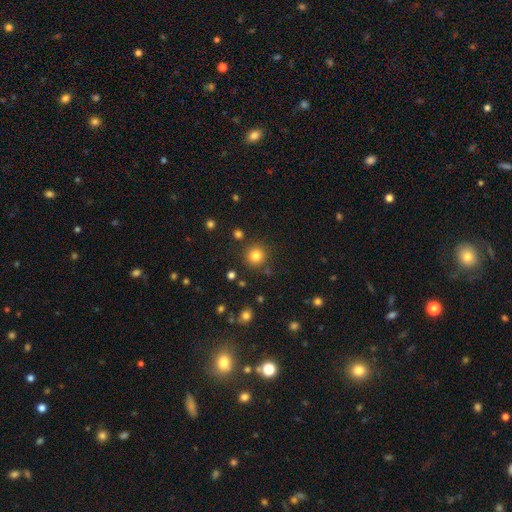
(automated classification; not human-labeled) This is clearly a smooth galaxy (82%). How rounded: clearly round (94%). Merging: clearly none (87%).